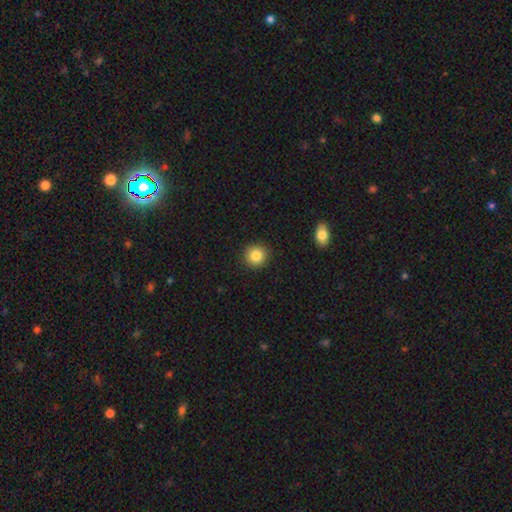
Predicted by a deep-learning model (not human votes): Overall: smooth (84%). How rounded: round (93%). Merging: none (92%).